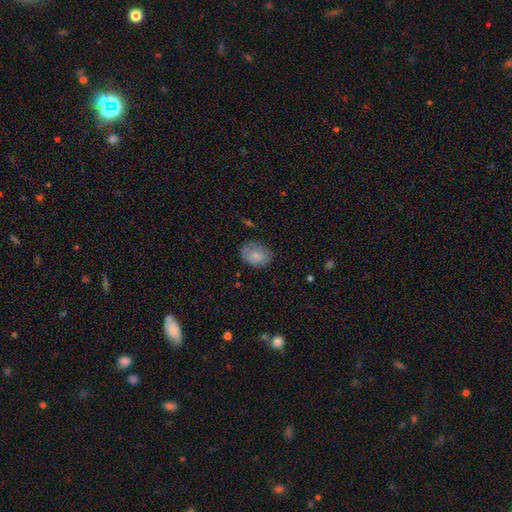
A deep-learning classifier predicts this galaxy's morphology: Smooth or featured: smooth — 80% (featured or disk — 13%)
How rounded: in between — 72% (round — 27%)
Merging: none — 73% (minor disturbance — 20%)